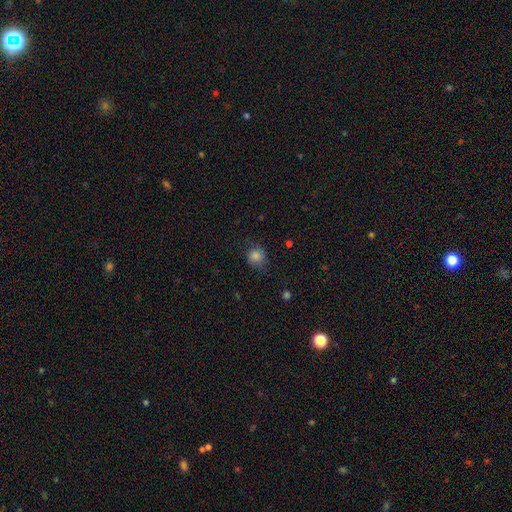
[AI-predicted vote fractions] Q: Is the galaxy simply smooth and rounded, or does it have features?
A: smooth — 81%.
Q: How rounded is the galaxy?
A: round — 81%.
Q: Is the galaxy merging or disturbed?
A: none — 69%.